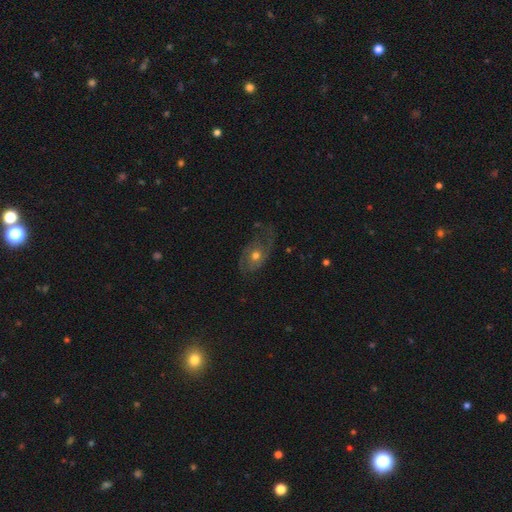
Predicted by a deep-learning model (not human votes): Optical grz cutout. It shows a featured or disk galaxy (69%) with no bar (78%), 2 (60%) medium (41%) spiral arms (81%) and a moderate central bulge (71%). Merging: none (50%).